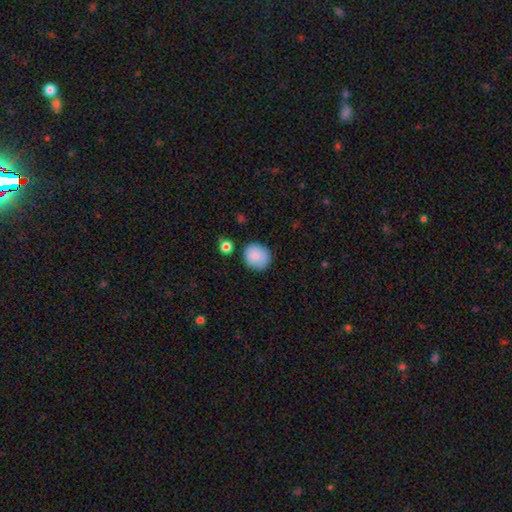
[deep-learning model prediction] Smooth or featured? smooth (86%)
How rounded? round (81%)
Merging? none (83%)